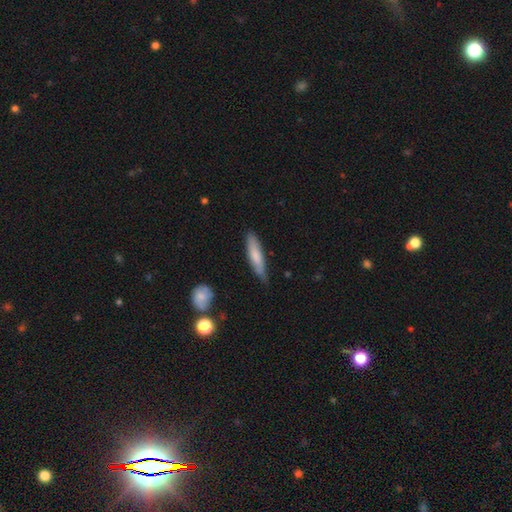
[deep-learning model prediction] The model was most divided on "smooth or featured": smooth: 70%, featured or disk: 24%, star or artifact: 5%. More confident: how rounded — cigar-shaped (81%); merging — none (71%).